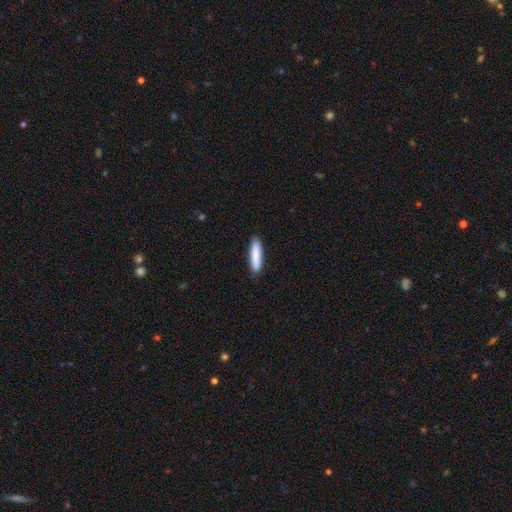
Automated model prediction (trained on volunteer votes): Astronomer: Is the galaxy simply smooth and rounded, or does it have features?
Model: smooth — 87%.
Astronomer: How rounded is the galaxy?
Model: cigar-shaped — 79%.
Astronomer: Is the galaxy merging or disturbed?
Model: none — 89%.